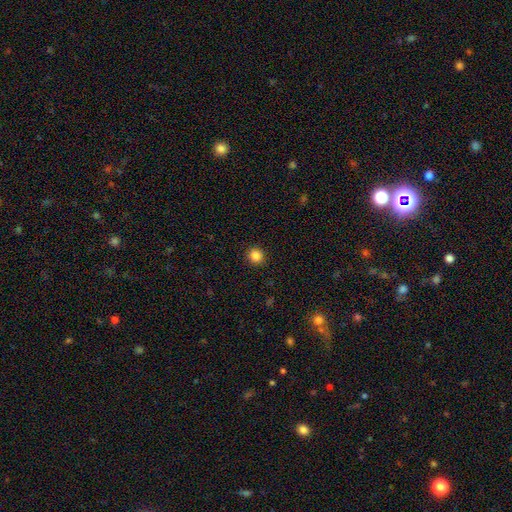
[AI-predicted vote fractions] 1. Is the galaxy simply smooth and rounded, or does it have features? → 86% smooth, 11% star or artifact, 3% featured or disk.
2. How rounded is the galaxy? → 89% round, 10% in between, 1% cigar-shaped.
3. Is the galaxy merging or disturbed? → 92% none, 5% minor disturbance, 2% major disturbance, 1% merger.